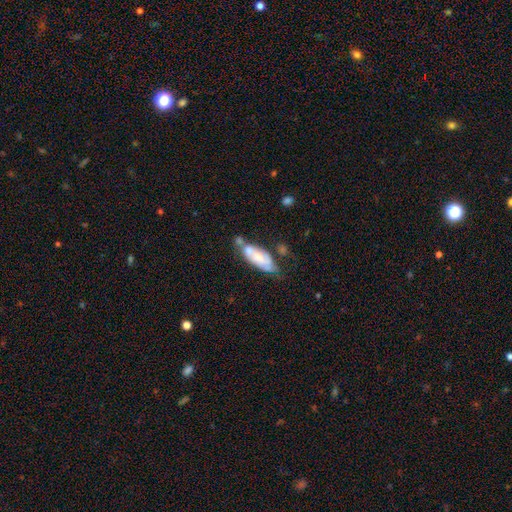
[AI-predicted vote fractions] smooth 47%, featured or disk 46%, star or artifact 7%. Down the decision tree: merging — none (34%).